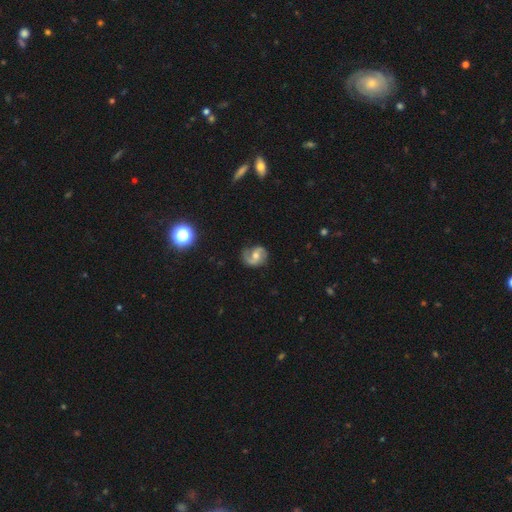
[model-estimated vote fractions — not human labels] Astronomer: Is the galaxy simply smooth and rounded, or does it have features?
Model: featured or disk — 77%.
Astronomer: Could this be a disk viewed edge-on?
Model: no — 98%.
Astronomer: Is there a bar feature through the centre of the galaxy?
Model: no — 43%, tied with weak at 43%.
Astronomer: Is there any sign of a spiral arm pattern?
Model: yes — 93%.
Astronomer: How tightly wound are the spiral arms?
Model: medium — 48% (runner-up: loose, 33%).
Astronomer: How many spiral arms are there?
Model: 2 — 85%.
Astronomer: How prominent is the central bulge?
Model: moderate — 67%.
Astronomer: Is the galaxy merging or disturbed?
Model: none — 72%.